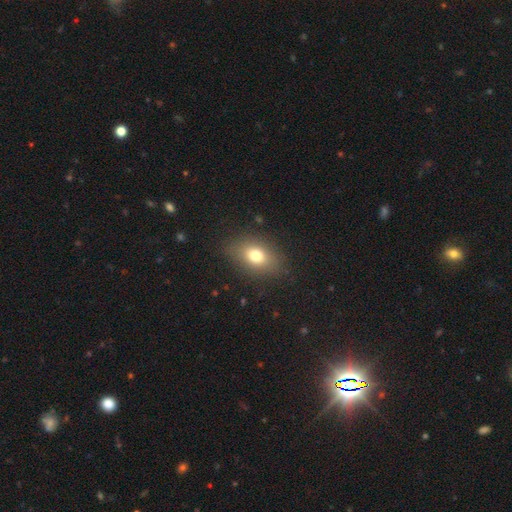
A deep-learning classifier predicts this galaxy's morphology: smooth_or_featured: smooth (p=0.75) [alt: featured or disk p=0.14]
how_rounded: in between (p=0.78) [alt: round p=0.20]
merging: none (p=0.84) [alt: minor disturbance p=0.11]